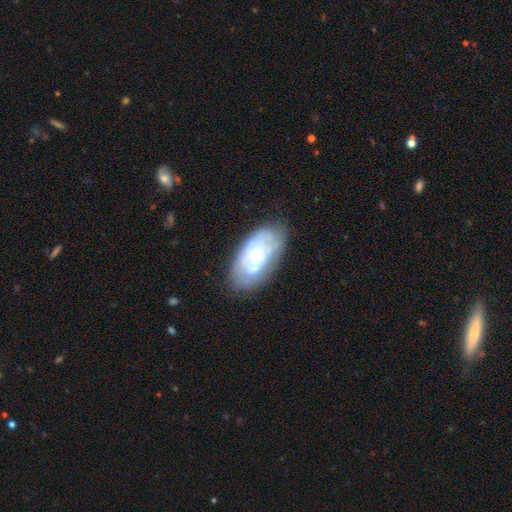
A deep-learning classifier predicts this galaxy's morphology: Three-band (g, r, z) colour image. It shows a featured or disk galaxy (57%) with no bar (80%), no spiral arms (50%, tied with yes) and a small central bulge (62%). Merging: none (62%).